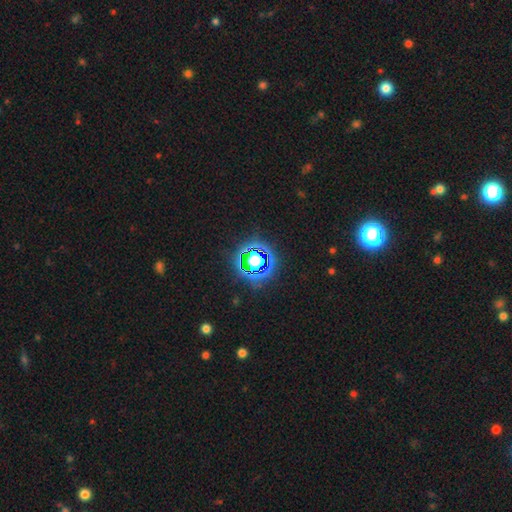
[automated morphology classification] Q: Smooth or featured?
A: star or artifact (78%); runner-up: smooth (14%)